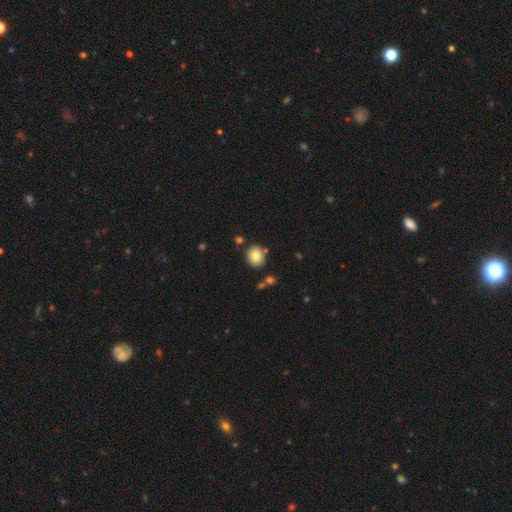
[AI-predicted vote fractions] smooth_or_featured: smooth (p=0.82) [alt: star or artifact p=0.09]
how_rounded: round (p=0.65) [alt: in between p=0.34]
merging: none (p=0.80) [alt: minor disturbance p=0.10]